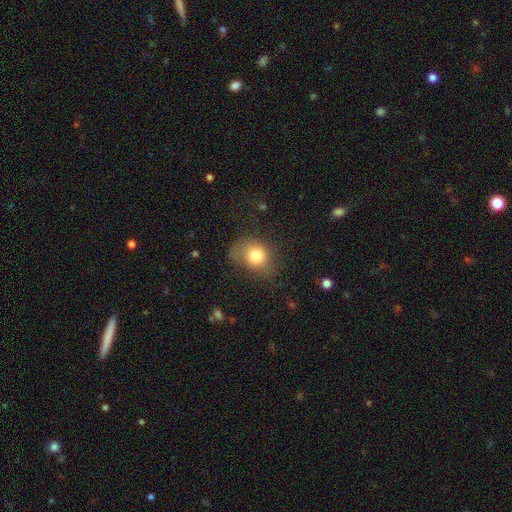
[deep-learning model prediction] Smooth or featured? smooth (77%)
How rounded? round (60%)
Merging? none (57%)